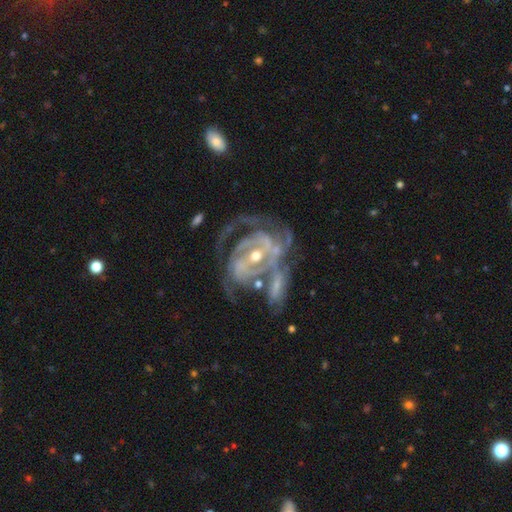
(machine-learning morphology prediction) type=featured or disk (90%); edge-on=no (97%); bar=weak (37%); spiral arms=yes (95%); winding=tight (54%); arm count=2 (33%); bulge=moderate (53%); merging=none (34%).